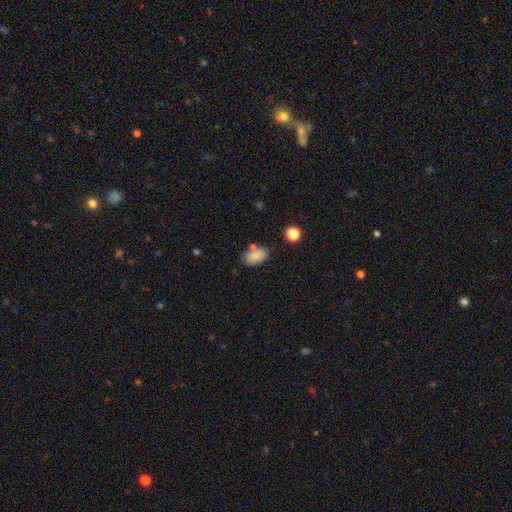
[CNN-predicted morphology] A smooth galaxy with no disk features (84%) that is in between round and cigar-shaped (91%). Merging: none (71%).